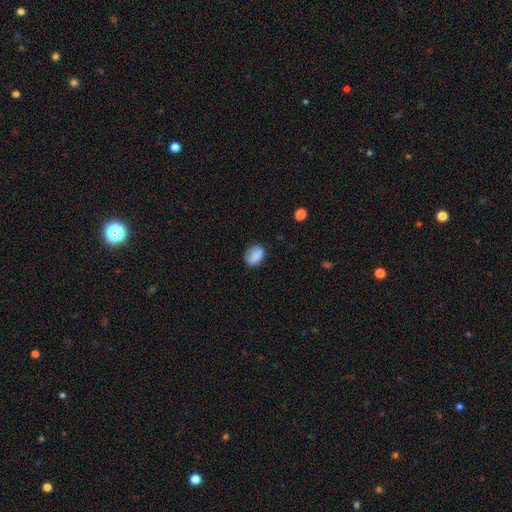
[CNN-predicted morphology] This appears to be a smooth galaxy with no disk features (85%) that is in between round and cigar-shaped (74%). Merging: none (74%).